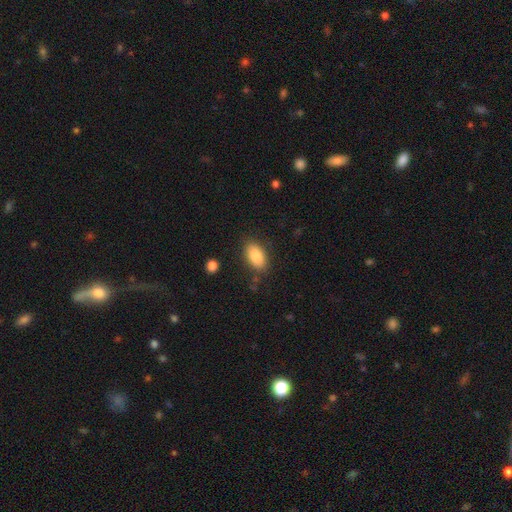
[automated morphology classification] The model was most divided on "merging": none: 82%, minor disturbance: 12%, major disturbance: 4%, merger: 2%. More confident: how rounded — in between (92%); smooth or featured — smooth (87%).